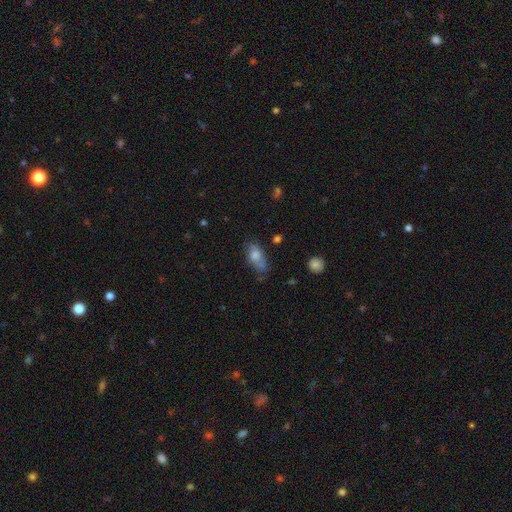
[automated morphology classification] This appears to be a smooth galaxy with no disk features (70%) that is in between round and cigar-shaped (85%). Merging: none (50%).